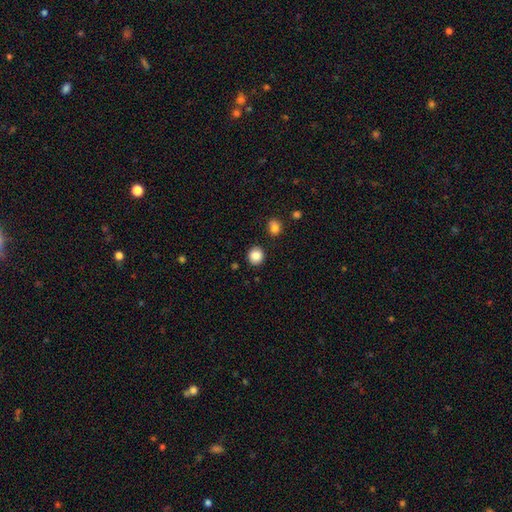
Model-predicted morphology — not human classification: Smooth or featured?
  - smooth: 87% *
  - star or artifact: 9%
  - featured or disk: 4%
How rounded?
  - round: 89% *
  - in between: 10%
  - cigar-shaped: 1%
Merging?
  - none: 89% *
  - minor disturbance: 6%
  - merger: 3%
  - major disturbance: 2%